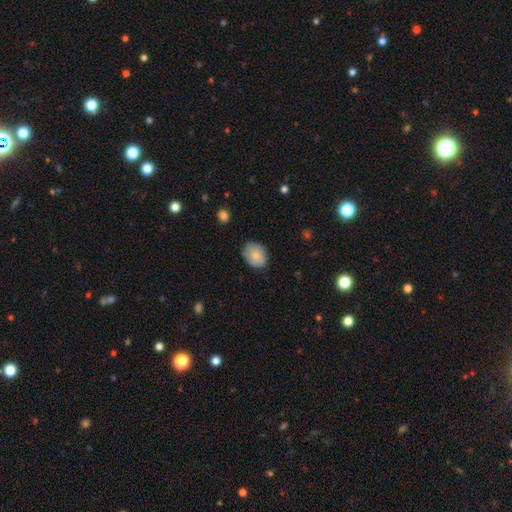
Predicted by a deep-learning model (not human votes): This appears to be a smooth galaxy with no disk features (77%) that is in between round and cigar-shaped (58%). Merging: none (75%).